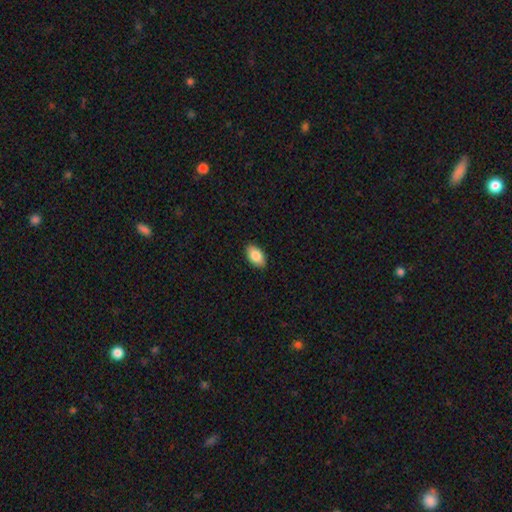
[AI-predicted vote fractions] A smooth galaxy with no disk features (86%) that is in between round and cigar-shaped (94%).

Vote fractions:
- Smooth or featured? smooth: 86% / featured or disk: 7% / star or artifact: 7%
- How rounded? in between: 94% / round: 4% / cigar-shaped: 2%
- Merging? none: 89% / minor disturbance: 8% / major disturbance: 2% / merger: 1%